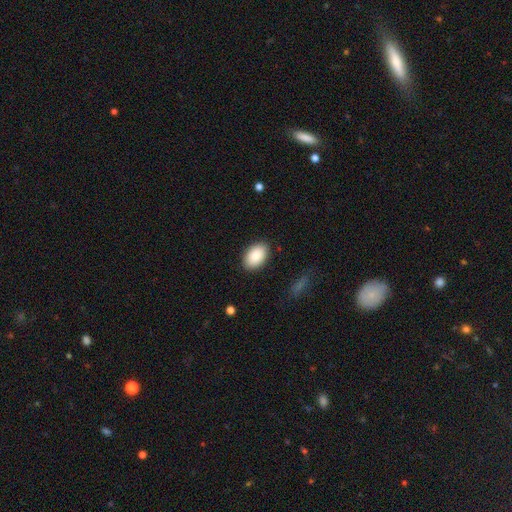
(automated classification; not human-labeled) The model was most divided on "merging": none: 88%, minor disturbance: 9%, major disturbance: 2%, merger: 1%. More confident: how rounded — in between (92%); smooth or featured — smooth (89%).